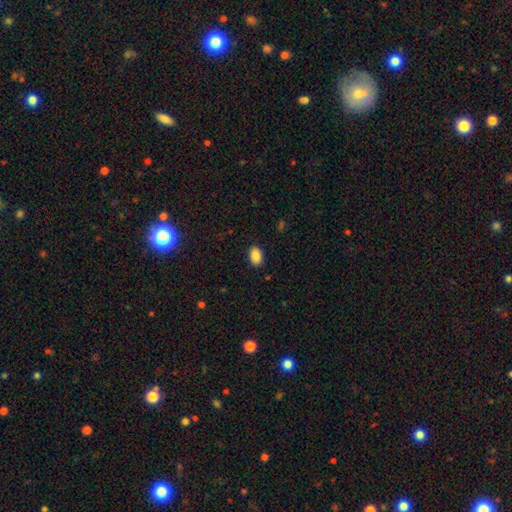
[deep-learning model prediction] Smooth or featured?
  - smooth: 89% *
  - star or artifact: 8%
  - featured or disk: 4%
How rounded?
  - in between: 89% *
  - round: 10%
  - cigar-shaped: 1%
Merging?
  - none: 88% *
  - minor disturbance: 9%
  - major disturbance: 2%
  - merger: 1%